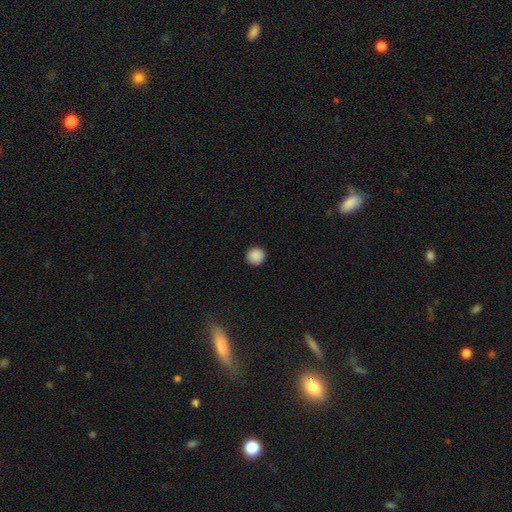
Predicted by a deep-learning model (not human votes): Q: Smooth or featured?
A: smooth (89%); runner-up: star or artifact (9%)
Q: How rounded?
A: round (93%); runner-up: in between (6%)
Q: Merging?
A: none (92%); runner-up: minor disturbance (5%)